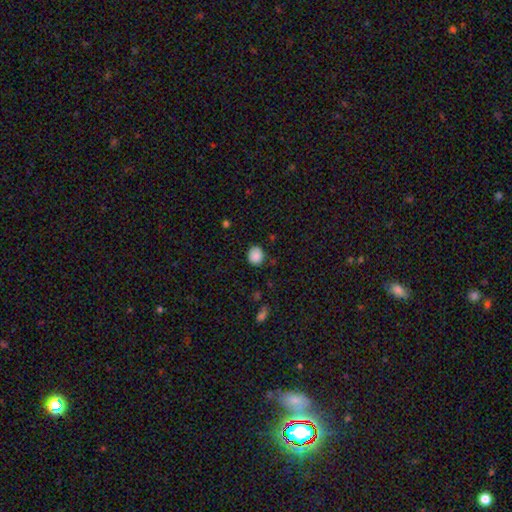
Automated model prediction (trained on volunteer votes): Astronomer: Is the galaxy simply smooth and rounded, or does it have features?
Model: smooth — 87%.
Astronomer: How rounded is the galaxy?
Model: round — 76%.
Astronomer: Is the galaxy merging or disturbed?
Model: none — 80%.